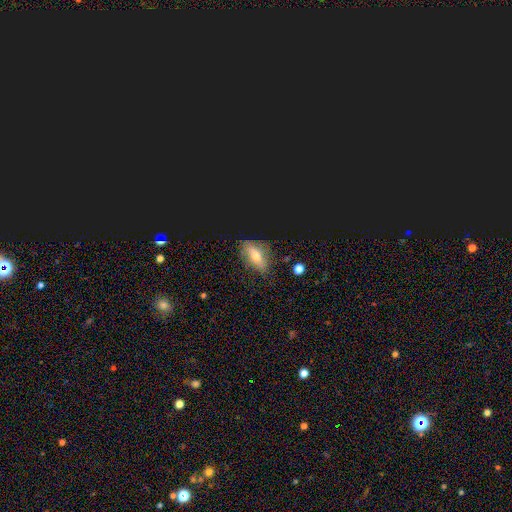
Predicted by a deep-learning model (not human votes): smooth-or-featured: smooth: 56% | featured or disk: 22% | star or artifact: 22%
  how-rounded: in between: 79% | cigar-shaped: 12% | round: 8%
  merging: none: 68% | minor disturbance: 23% | major disturbance: 7% | merger: 2%